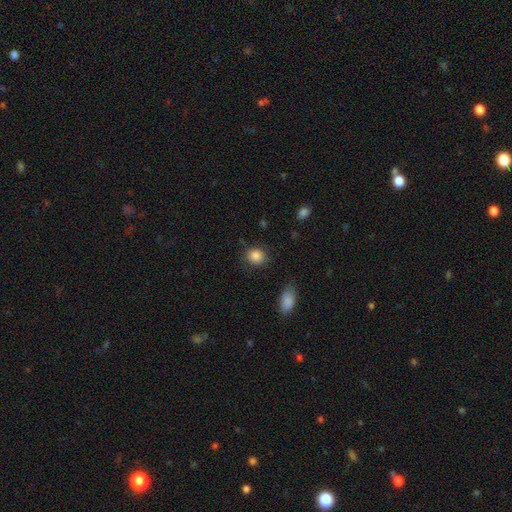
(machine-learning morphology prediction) Smooth or featured? smooth (87%)
How rounded? round (75%)
Merging? none (82%)